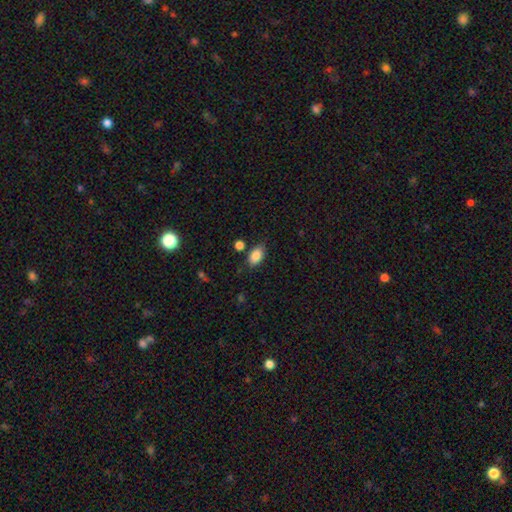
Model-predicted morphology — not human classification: This is clearly a smooth galaxy (86%). How rounded: clearly in between (90%). Merging: likely none (78%).